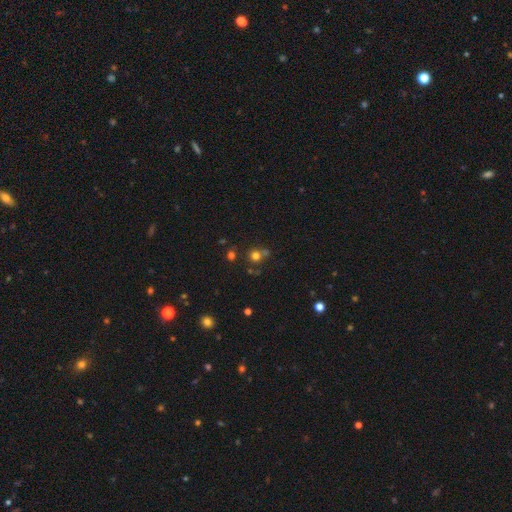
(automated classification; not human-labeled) Q: Smooth or featured?
A: smooth (69%); runner-up: star or artifact (22%)
Q: How rounded?
A: round (89%); runner-up: in between (10%)
Q: Merging?
A: none (63%); runner-up: merger (22%)